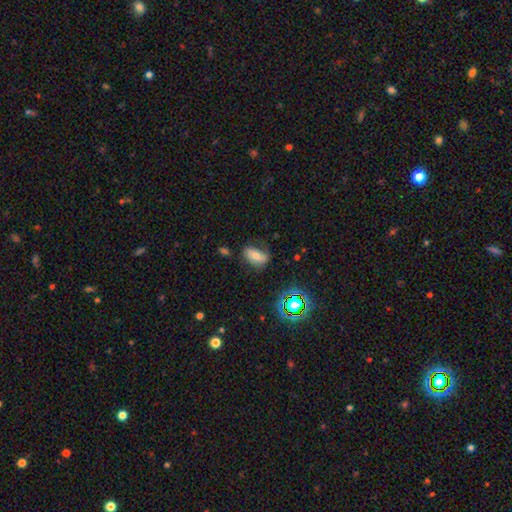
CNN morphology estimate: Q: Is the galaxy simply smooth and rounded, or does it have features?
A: smooth — 51%.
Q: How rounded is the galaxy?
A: in between — 84%.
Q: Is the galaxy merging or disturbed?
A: none — 61%.